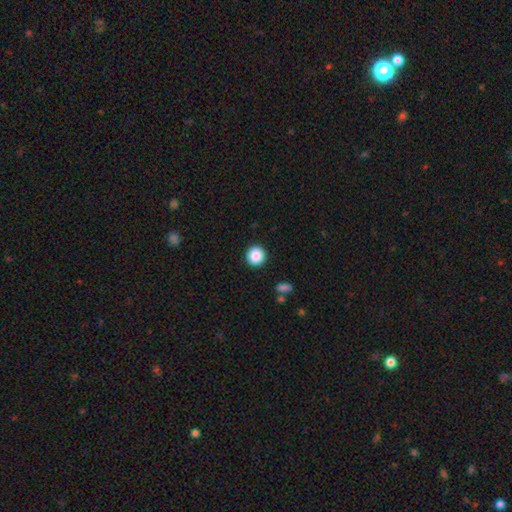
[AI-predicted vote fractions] Morphology: type=smooth (87%); roundness=round (95%); merging=none (92%).